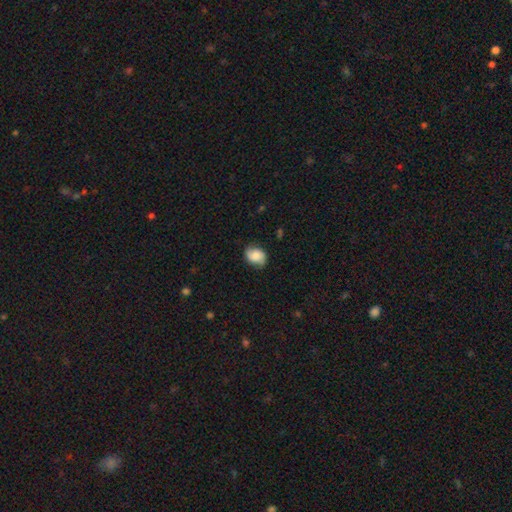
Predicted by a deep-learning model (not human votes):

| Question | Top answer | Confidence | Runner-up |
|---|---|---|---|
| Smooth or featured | smooth | 59% | featured or disk (32%) |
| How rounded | in between | 57% | round (42%) |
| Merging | none | 76% | minor disturbance (18%) |